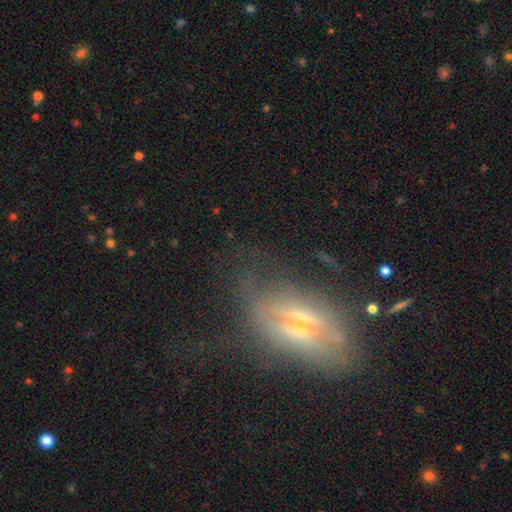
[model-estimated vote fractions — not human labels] Overall: featured or disk (50%; smooth 32%). Edge-on disk: no (75%). Merging: none (49%; minor disturbance 26%).